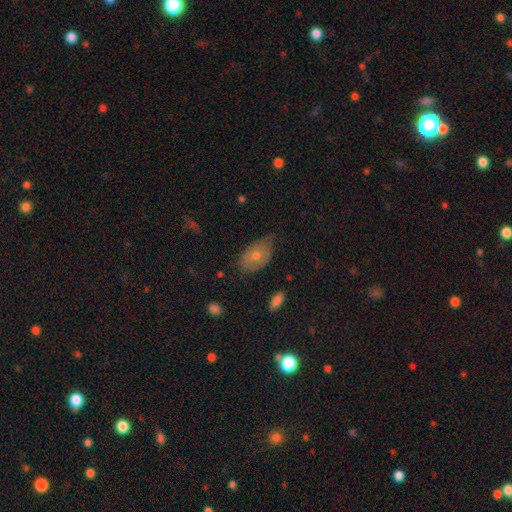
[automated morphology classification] smooth-or-featured: smooth: 52% | featured or disk: 38% | star or artifact: 10%
  how-rounded: in between: 88% | round: 10% | cigar-shaped: 2%
  merging: none: 56% | minor disturbance: 34% | major disturbance: 9% | merger: 2%